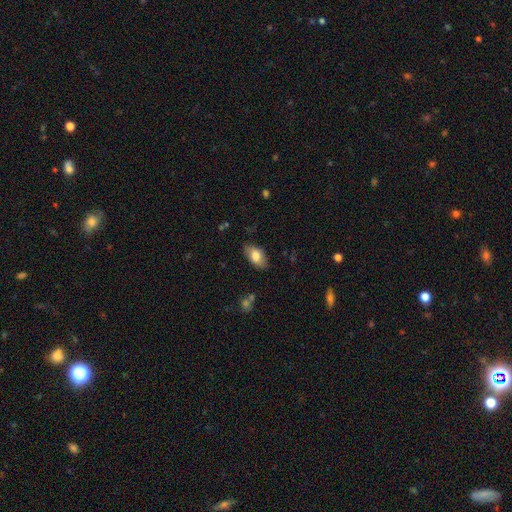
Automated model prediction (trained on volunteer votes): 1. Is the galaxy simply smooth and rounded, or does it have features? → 79% smooth, 14% featured or disk, 7% star or artifact.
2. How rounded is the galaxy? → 92% in between, 5% round, 3% cigar-shaped.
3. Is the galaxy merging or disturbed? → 81% none, 15% minor disturbance, 3% major disturbance, 2% merger.